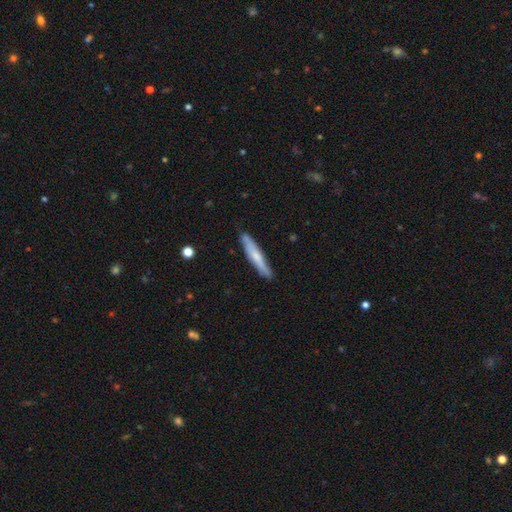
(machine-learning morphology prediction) Q: Smooth or featured?
A: smooth (59%); runner-up: featured or disk (36%)
Q: How rounded?
A: cigar-shaped (93%); runner-up: in between (6%)
Q: Merging?
A: none (86%); runner-up: minor disturbance (11%)